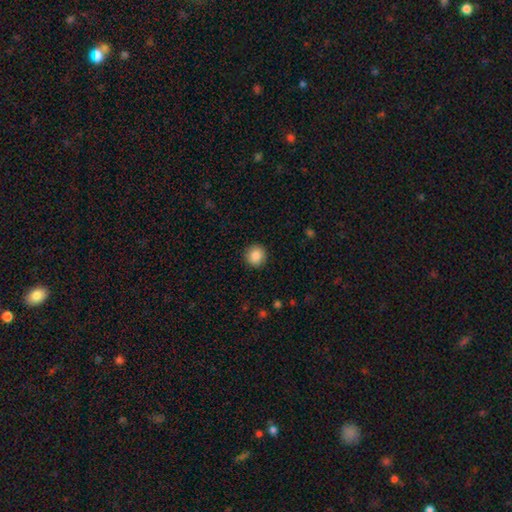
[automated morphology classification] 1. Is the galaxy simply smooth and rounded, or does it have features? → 88% smooth, 9% star or artifact, 4% featured or disk.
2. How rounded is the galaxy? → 93% round, 6% in between, 1% cigar-shaped.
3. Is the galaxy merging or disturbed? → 92% none, 6% minor disturbance, 2% major disturbance, 1% merger.